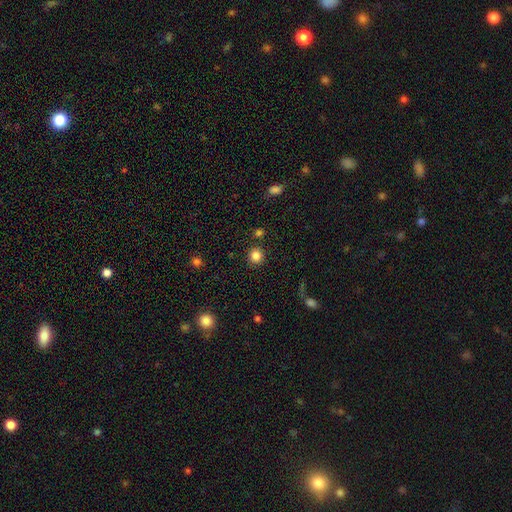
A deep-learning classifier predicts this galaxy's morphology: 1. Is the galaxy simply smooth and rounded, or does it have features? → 83% smooth, 12% star or artifact, 4% featured or disk.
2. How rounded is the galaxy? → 91% round, 8% in between, 1% cigar-shaped.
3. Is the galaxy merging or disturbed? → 89% none, 6% minor disturbance, 3% merger, 2% major disturbance.